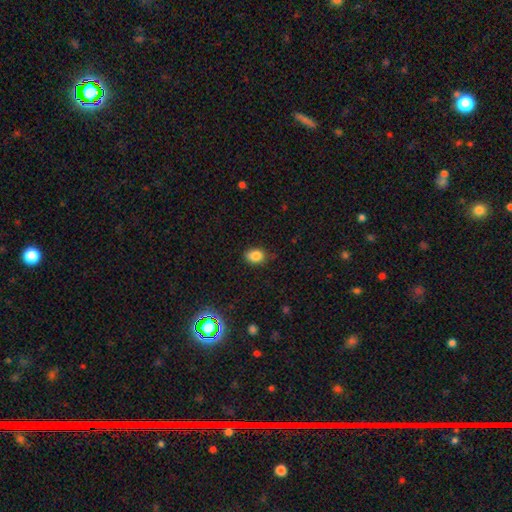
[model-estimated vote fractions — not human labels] Q: Smooth or featured?
A: smooth (85%); runner-up: star or artifact (10%)
Q: How rounded?
A: in between (68%); runner-up: round (31%)
Q: Merging?
A: none (76%); runner-up: minor disturbance (19%)